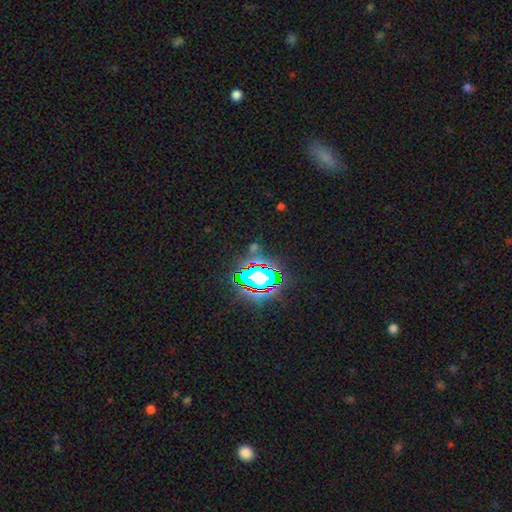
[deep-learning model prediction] Smooth or featured: star or artifact — 77% (smooth — 14%)